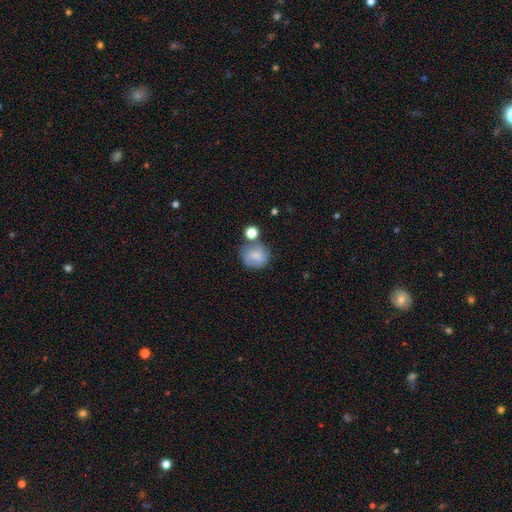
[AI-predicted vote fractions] Smooth or featured?
  - smooth: 63% *
  - featured or disk: 26%
  - star or artifact: 10%
How rounded?
  - round: 78% *
  - in between: 21%
  - cigar-shaped: 1%
Merging?
  - none: 55% *
  - minor disturbance: 19%
  - merger: 17%
  - major disturbance: 8%